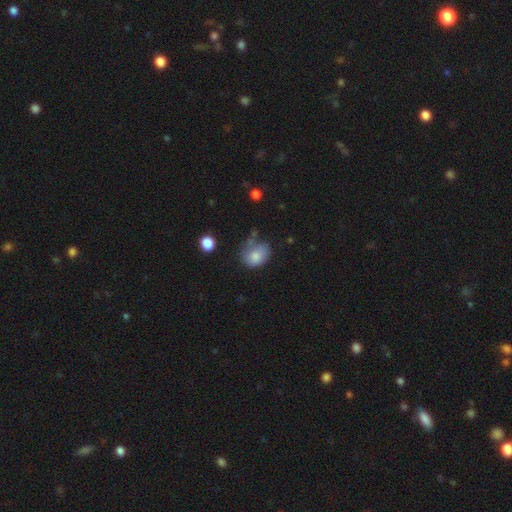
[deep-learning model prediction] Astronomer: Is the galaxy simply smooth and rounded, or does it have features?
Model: smooth — 80%.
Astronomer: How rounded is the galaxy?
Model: in between — 58% (runner-up: round, 41%).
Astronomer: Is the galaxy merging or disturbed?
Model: none — 43% (runner-up: minor disturbance, 32%).